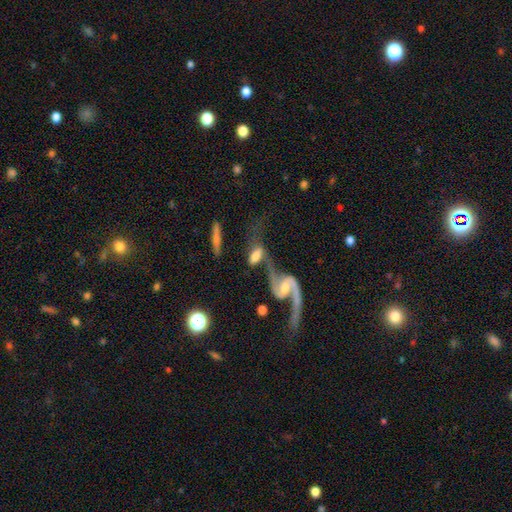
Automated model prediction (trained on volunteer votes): Morphology: type=featured or disk (58%); edge-on=no (86%); merging=merger (56%).